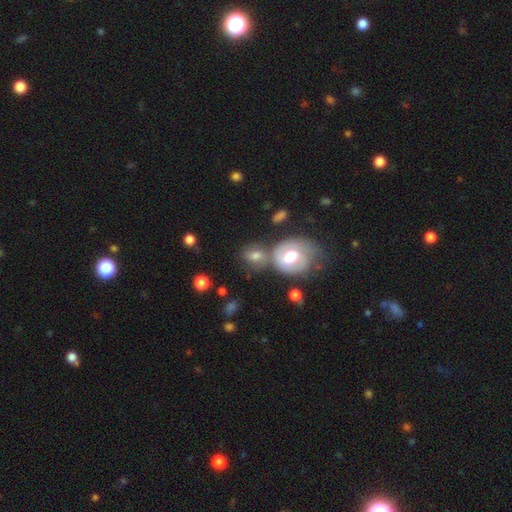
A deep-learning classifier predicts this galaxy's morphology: smooth_or_featured: smooth (p=0.57) [alt: featured or disk p=0.33]
how_rounded: round (p=0.53) [alt: in between p=0.45]
merging: none (p=0.41) [alt: merger p=0.35]